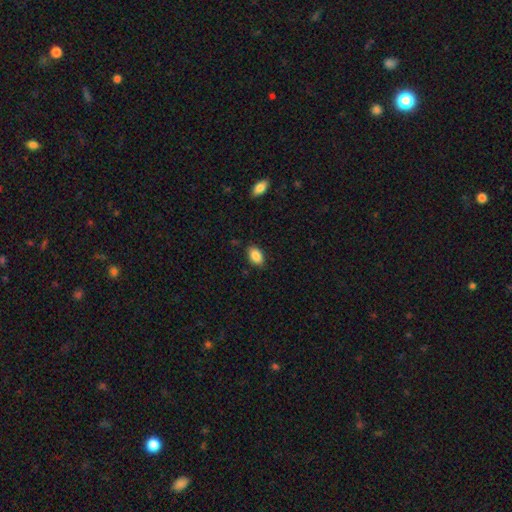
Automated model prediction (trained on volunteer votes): Smooth or featured? smooth (87%)
How rounded? in between (89%)
Merging? none (84%)